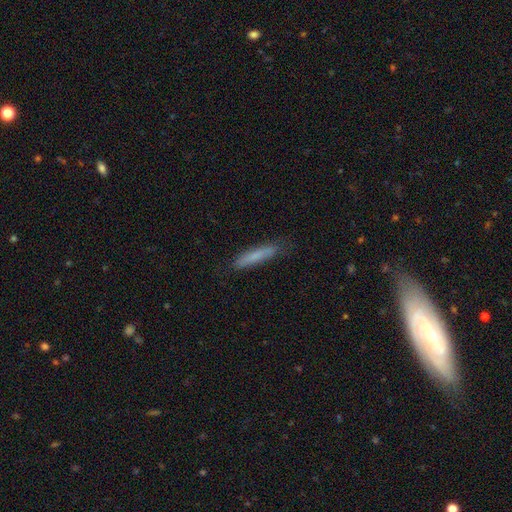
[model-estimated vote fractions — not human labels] Smooth or featured? Predicted: smooth (p=0.75). How rounded? Predicted: cigar-shaped (p=0.91). Merging? Predicted: none (p=0.79).